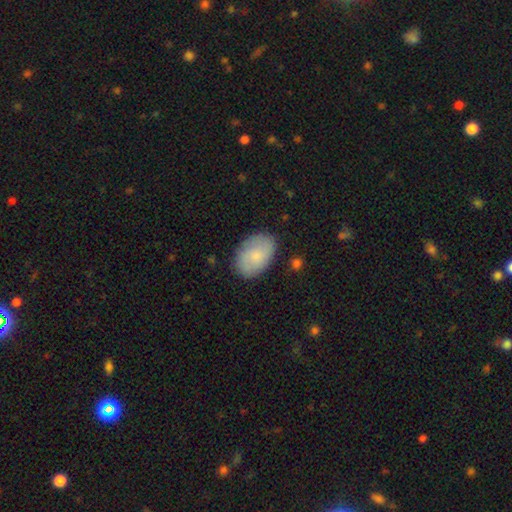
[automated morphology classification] smooth-or-featured: smooth: 75% | featured or disk: 19% | star or artifact: 6%
  how-rounded: in between: 88% | round: 11% | cigar-shaped: 1%
  merging: none: 83% | minor disturbance: 13% | major disturbance: 3% | merger: 1%